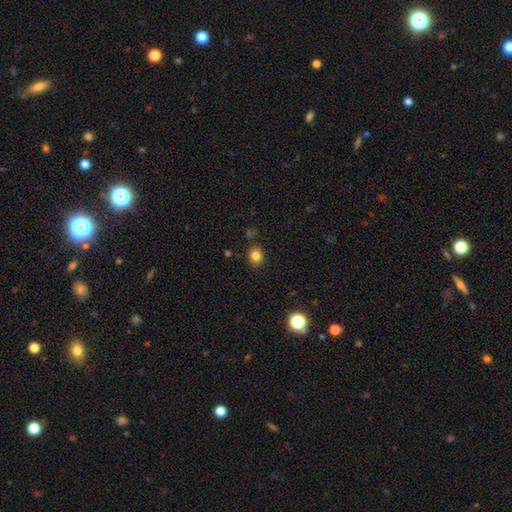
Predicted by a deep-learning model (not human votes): A smooth galaxy with no disk features (82%) that is round (64%). Merging: none (85%).